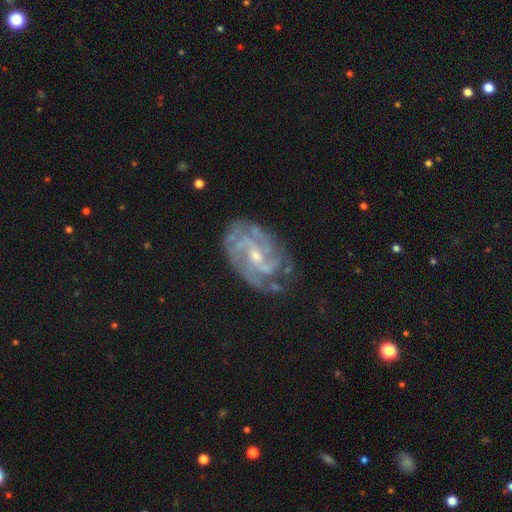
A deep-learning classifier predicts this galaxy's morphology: Overall: featured or disk (88%). Edge-on disk: no (97%). Bar: weak (47%; no 40%). Spiral arms: yes (95%). Spiral arm count: can't tell (25%, tied with 2). Spiral winding: tight (47%; medium 41%). Bulge size: small (60%; moderate 36%). Merging: none (70%).